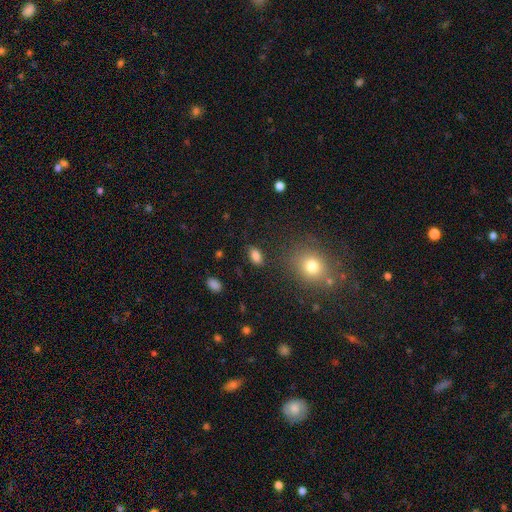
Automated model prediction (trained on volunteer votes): Overall: smooth (83%). How rounded: in between (90%). Merging: none (83%).